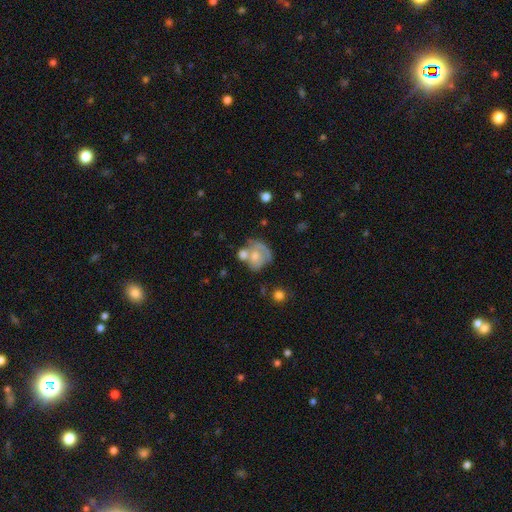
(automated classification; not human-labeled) Overall: smooth (52%; featured or disk 40%). How rounded: round (63%; in between 36%). Merging: merger (34%; none 29%).